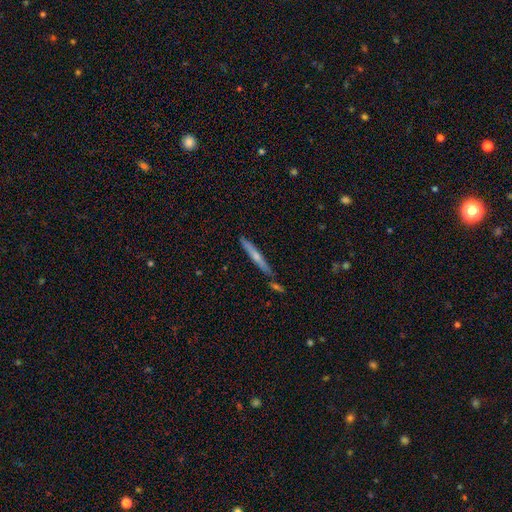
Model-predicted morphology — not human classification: featured or disk 48%, smooth 45%, star or artifact 6%. Down the decision tree: merging — none (80%).